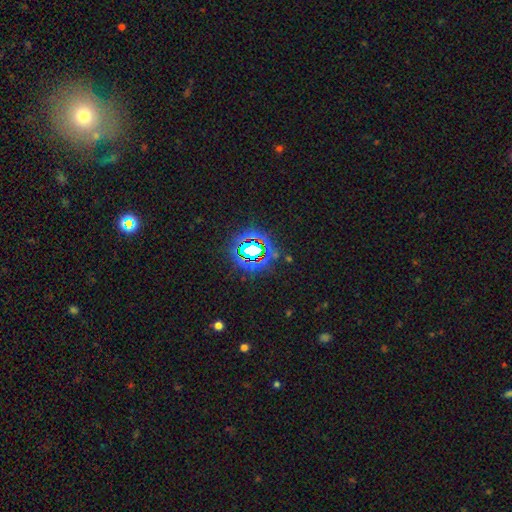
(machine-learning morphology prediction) The model was most divided on "smooth or featured": star or artifact: 73%, smooth: 17%, featured or disk: 11%.